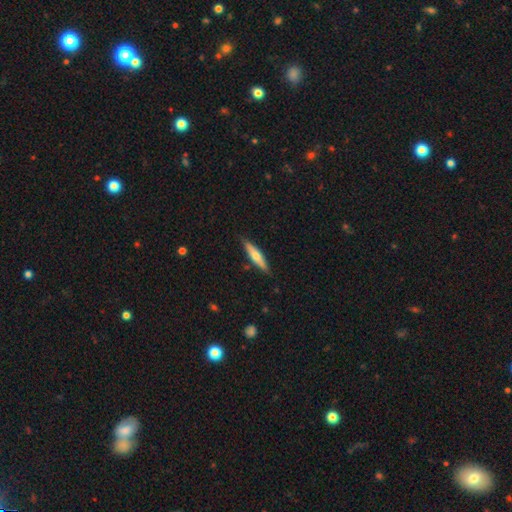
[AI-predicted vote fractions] Q: Smooth or featured?
A: smooth (53%); runner-up: featured or disk (42%)
Q: How rounded?
A: cigar-shaped (79%); runner-up: in between (19%)
Q: Merging?
A: none (84%); runner-up: minor disturbance (12%)